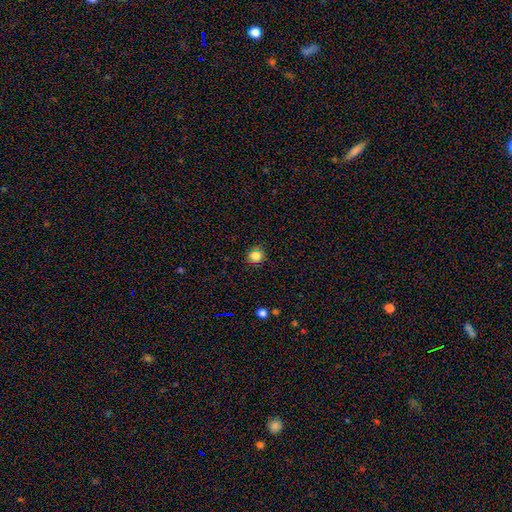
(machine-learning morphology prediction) smooth-or-featured: smooth: 82% | star or artifact: 12% | featured or disk: 5%
  how-rounded: round: 87% | in between: 12% | cigar-shaped: 1%
  merging: none: 88% | minor disturbance: 9% | major disturbance: 2% | merger: 1%